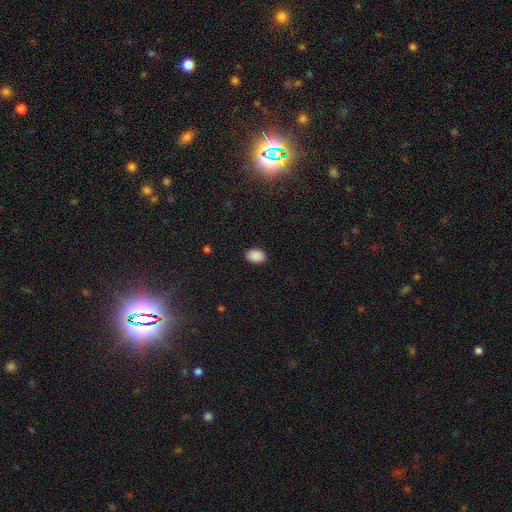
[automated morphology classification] type=smooth (90%); roundness=in between (80%); merging=none (89%).